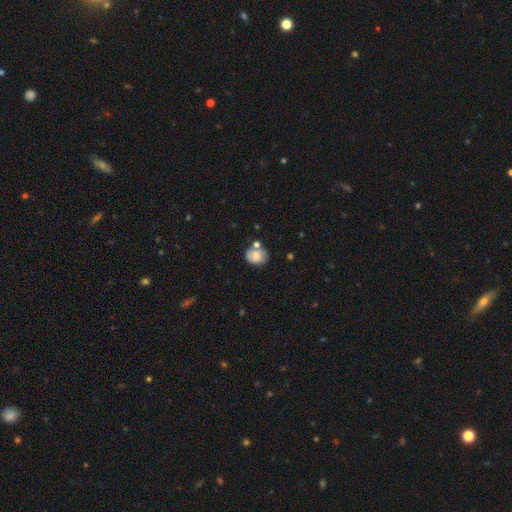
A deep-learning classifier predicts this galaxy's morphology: The model was most divided on "how rounded": round: 59%, in between: 40%, cigar-shaped: 1%. More confident: smooth or featured — smooth (66%); merging — none (56%).